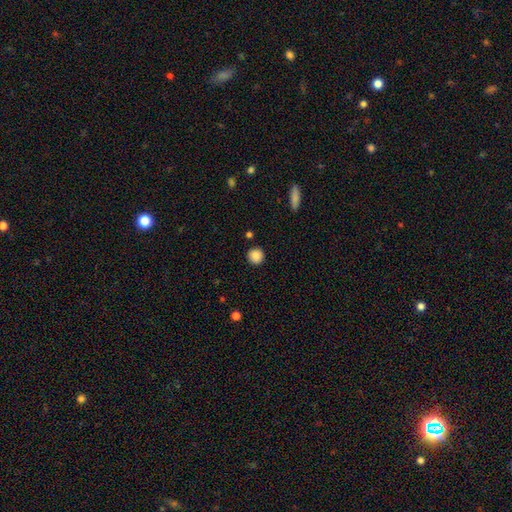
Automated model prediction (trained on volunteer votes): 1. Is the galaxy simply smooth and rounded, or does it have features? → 88% smooth, 9% star or artifact, 3% featured or disk.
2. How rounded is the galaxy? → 93% round, 6% in between, 1% cigar-shaped.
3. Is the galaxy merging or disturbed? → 90% none, 6% minor disturbance, 2% major disturbance, 2% merger.